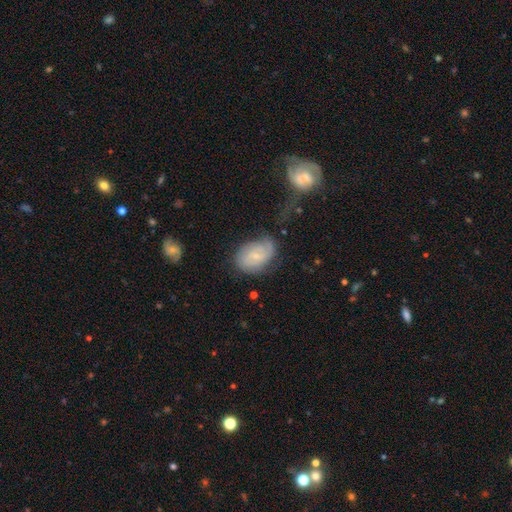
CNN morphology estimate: This is possibly a featured or disk galaxy (58%). It is clearly not viewed edge-on (96%). Bar: possibly no (48%). Spiral arm pattern: clearly yes (84%). Central bulge: likely small (73%). Merging: possibly none (56%).